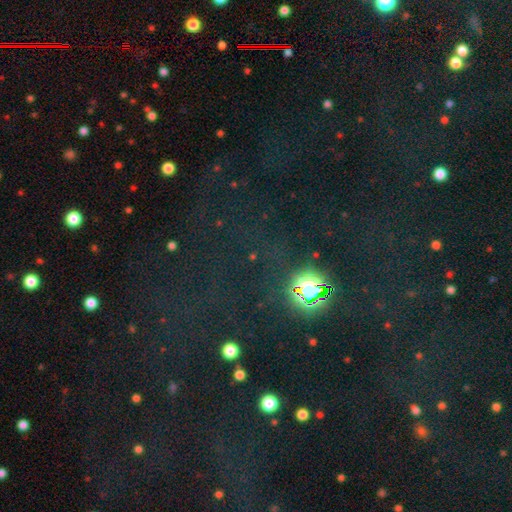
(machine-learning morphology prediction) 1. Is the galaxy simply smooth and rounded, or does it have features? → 73% star or artifact, 19% smooth, 9% featured or disk.